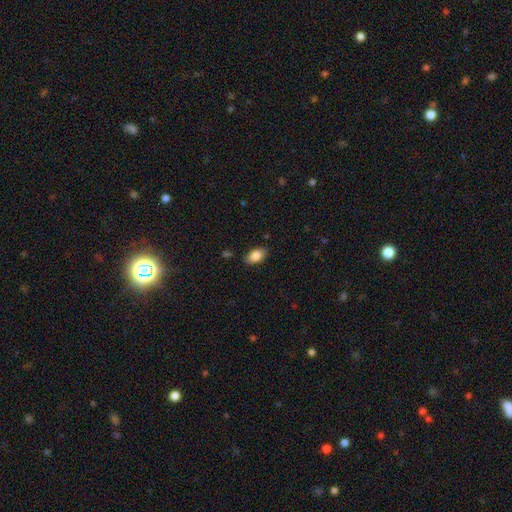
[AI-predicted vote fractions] smooth 85%, star or artifact 7%, featured or disk 7%. Down the decision tree: how rounded — in between (91%); merging — none (84%).